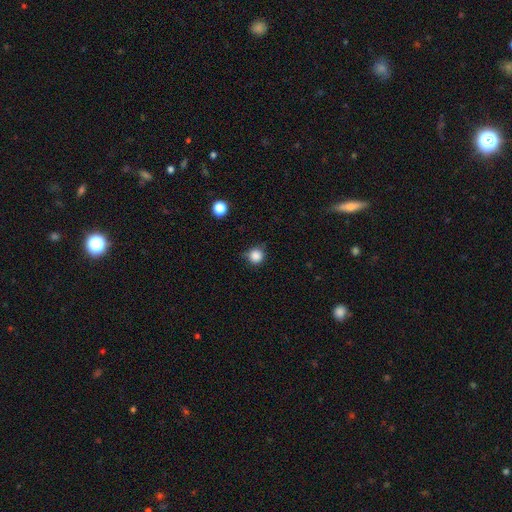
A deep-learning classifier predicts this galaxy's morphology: Smooth or featured? smooth (85%)
How rounded? round (90%)
Merging? none (69%)